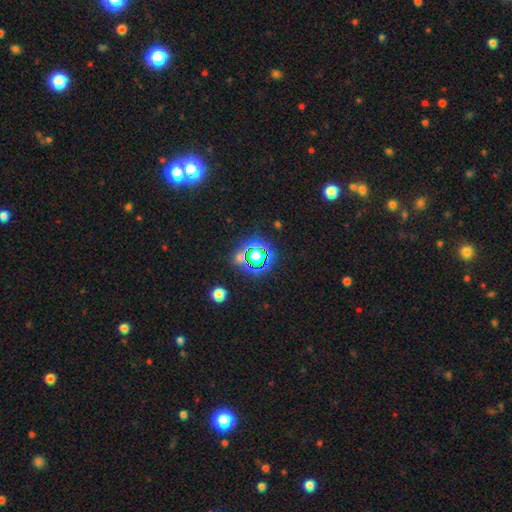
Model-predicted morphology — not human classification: Smooth or featured? star or artifact (55%)